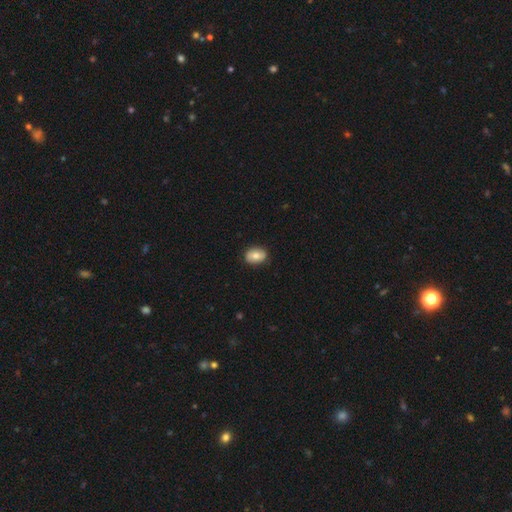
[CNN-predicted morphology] Overall: smooth (73%). How rounded: in between (70%). Merging: none (87%).